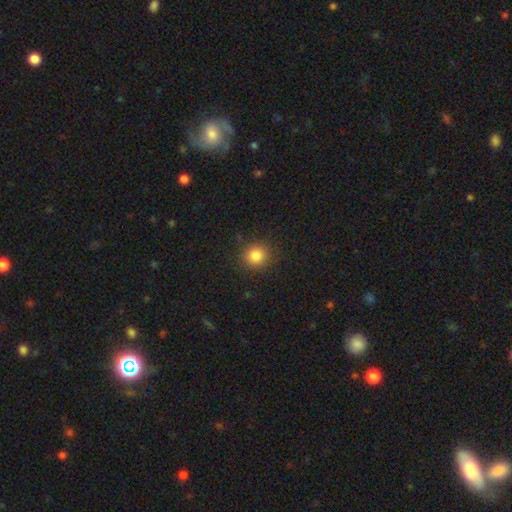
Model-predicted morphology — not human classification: Smooth or featured? Predicted: smooth (p=0.83). How rounded? Predicted: round (p=0.90). Merging? Predicted: none (p=0.89).